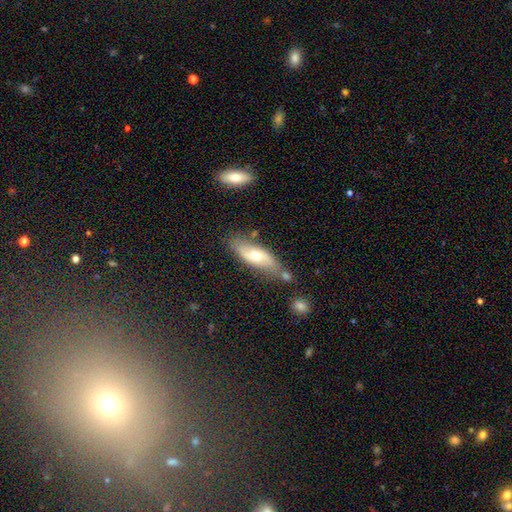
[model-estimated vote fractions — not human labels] smooth_or_featured: smooth (p=0.53) [alt: featured or disk p=0.41]
how_rounded: in between (p=0.64) [alt: cigar-shaped p=0.33]
merging: none (p=0.63) [alt: minor disturbance p=0.21]